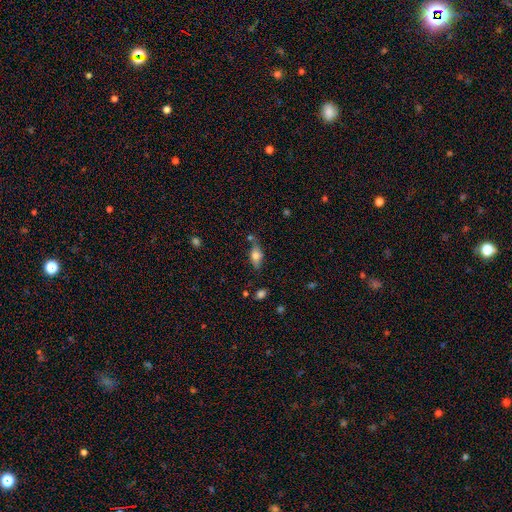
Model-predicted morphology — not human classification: A smooth galaxy with no disk features (64%) that is in between round and cigar-shaped (80%). Merging: none (64%).